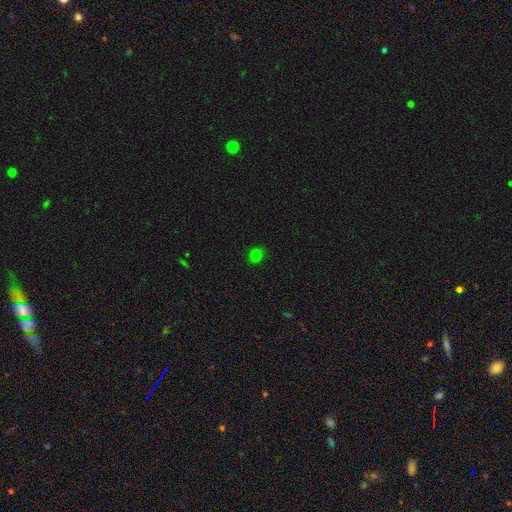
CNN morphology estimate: Smooth or featured? smooth (75%)
How rounded? round (66%)
Merging? none (81%)